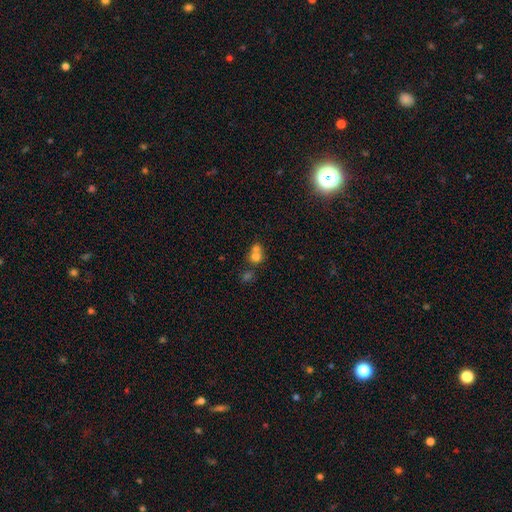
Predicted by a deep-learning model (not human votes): Smooth or featured? smooth (71%)
How rounded? round (77%)
Merging? merger (61%)